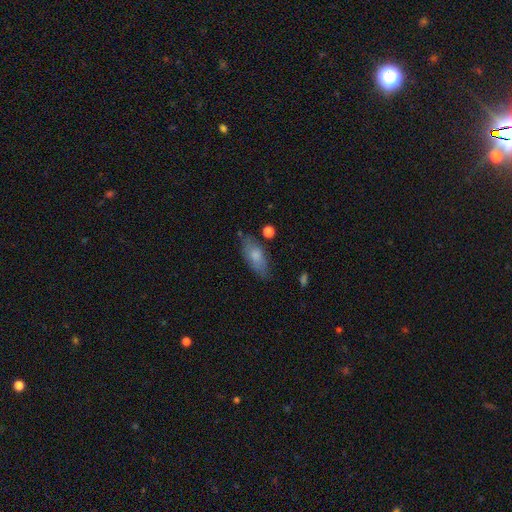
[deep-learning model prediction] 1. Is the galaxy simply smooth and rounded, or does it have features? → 73% smooth, 20% featured or disk, 7% star or artifact.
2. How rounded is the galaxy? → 81% in between, 15% cigar-shaped, 3% round.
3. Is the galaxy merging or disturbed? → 72% none, 19% minor disturbance, 5% major disturbance, 3% merger.